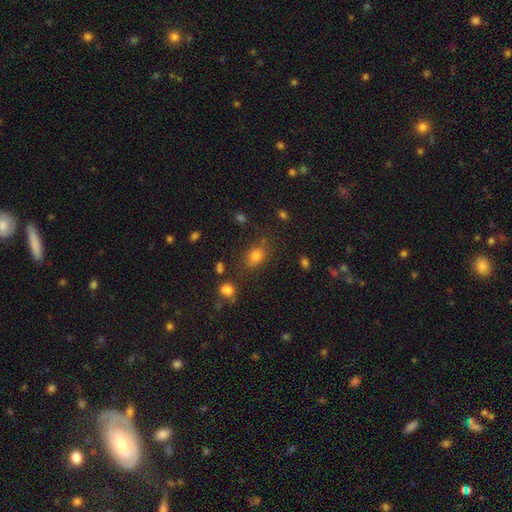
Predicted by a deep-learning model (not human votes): A smooth galaxy with no disk features (76%) that is in between round and cigar-shaped (58%). Merging: none (72%).